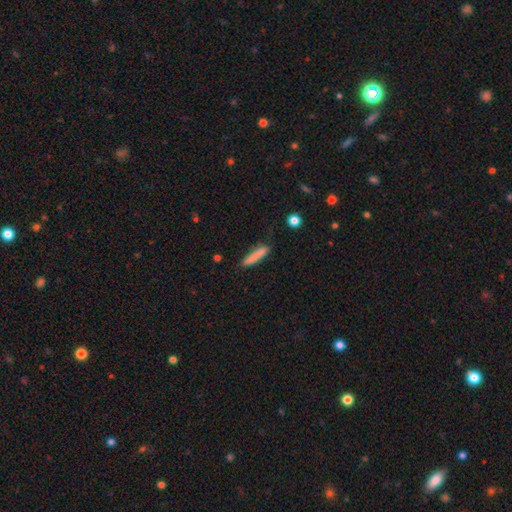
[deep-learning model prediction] Morphology: type=smooth (83%); roundness=cigar-shaped (88%); merging=none (80%).